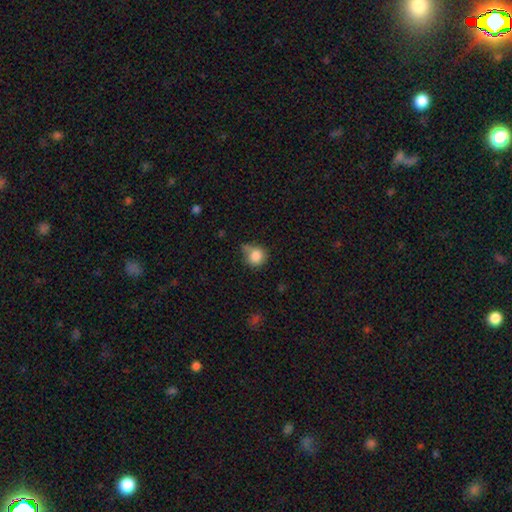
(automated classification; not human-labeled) Q: Smooth or featured?
A: smooth (83%); runner-up: star or artifact (10%)
Q: How rounded?
A: round (82%); runner-up: in between (17%)
Q: Merging?
A: none (50%); runner-up: minor disturbance (30%)